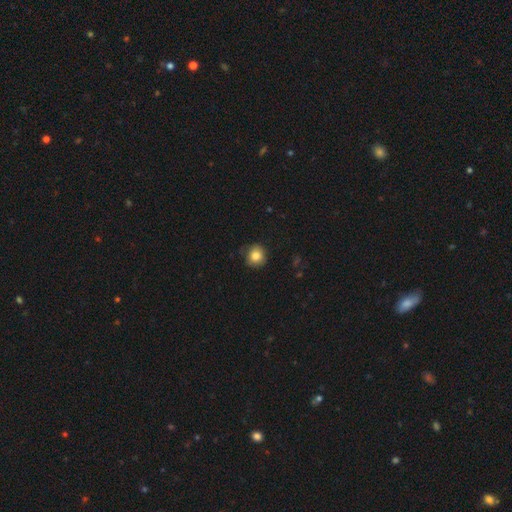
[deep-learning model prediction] Smooth or featured? Predicted: smooth (p=0.83). How rounded? Predicted: round (p=0.89). Merging? Predicted: none (p=0.78).